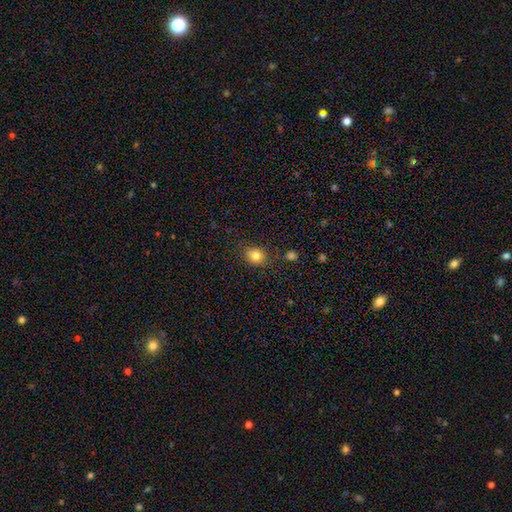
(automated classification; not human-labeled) Smooth or featured: smooth — 83% (star or artifact — 11%)
How rounded: round — 68% (in between — 31%)
Merging: none — 81% (minor disturbance — 12%)